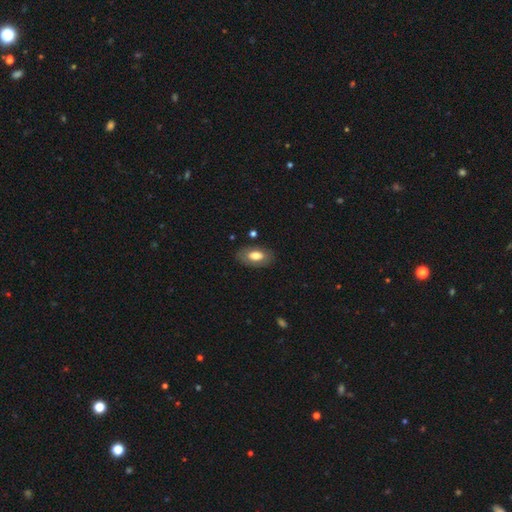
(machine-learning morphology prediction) Overall: smooth (67%). How rounded: in between (92%). Merging: none (81%).